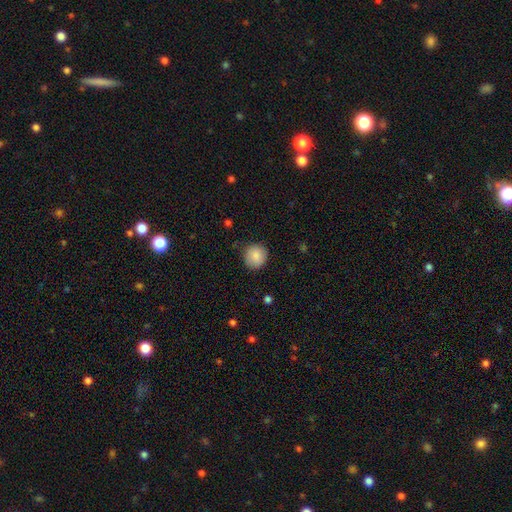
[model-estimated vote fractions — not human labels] Smooth or featured: smooth — 87% (star or artifact — 8%)
How rounded: round — 91% (in between — 8%)
Merging: none — 86% (minor disturbance — 11%)